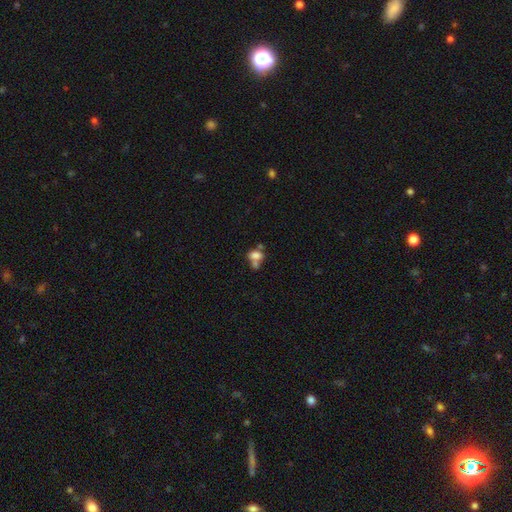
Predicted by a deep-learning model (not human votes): smooth-or-featured: smooth: 70% | featured or disk: 17% | star or artifact: 13%
  how-rounded: in between: 71% | round: 26% | cigar-shaped: 3%
  merging: merger: 49% | none: 29% | minor disturbance: 12% | major disturbance: 9%